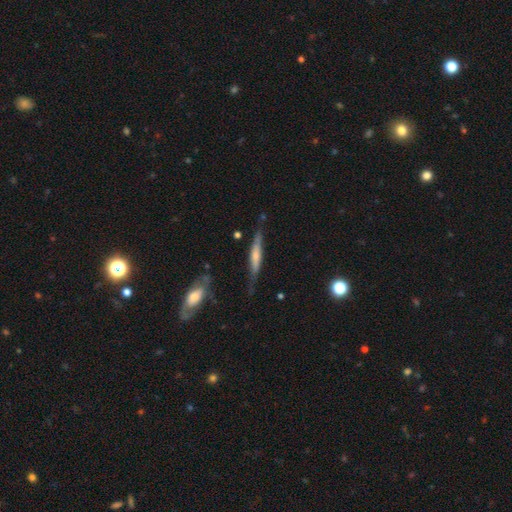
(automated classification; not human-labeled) Smooth or featured: smooth — 48% (featured or disk — 46%)
Merging: none — 68% (minor disturbance — 23%)